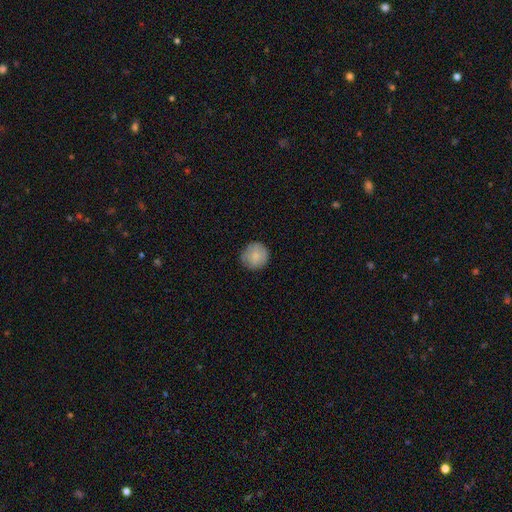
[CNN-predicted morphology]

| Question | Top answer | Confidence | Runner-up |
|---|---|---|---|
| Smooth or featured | smooth | 82% | featured or disk (11%) |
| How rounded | round | 93% | in between (6%) |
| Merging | none | 82% | minor disturbance (14%) |